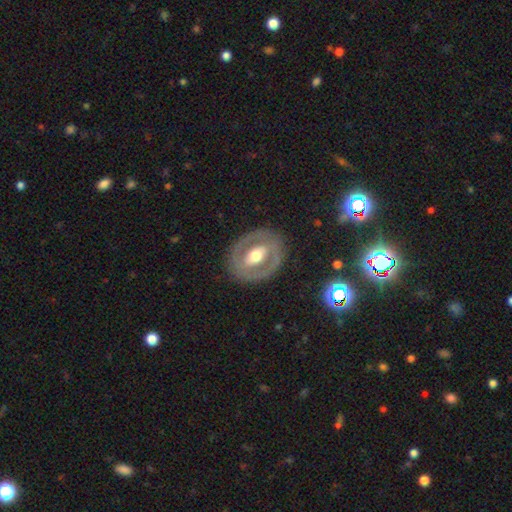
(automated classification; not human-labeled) Smooth or featured: featured or disk — 67% (smooth — 28%)
Edge-on disk: no — 93% (yes — 7%)
Bar: strong — 37% (no — 33%)
Spiral arms: no — 76% (yes — 24%)
Bulge size: moderate — 65% (large — 22%)
Merging: none — 81% (minor disturbance — 11%)